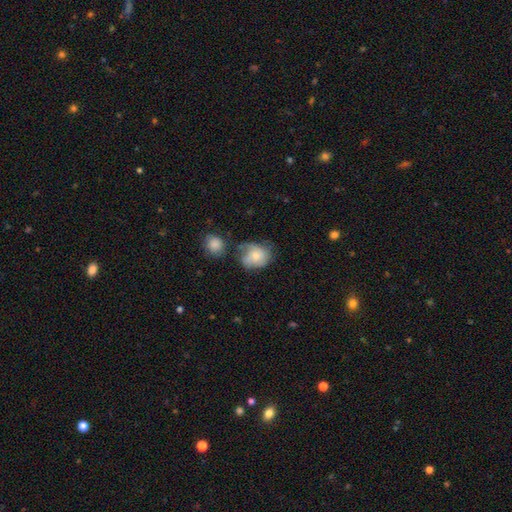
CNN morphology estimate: Overall: smooth (58%; featured or disk 34%). How rounded: round (60%; in between 39%). Merging: none (40%; minor disturbance 29%).